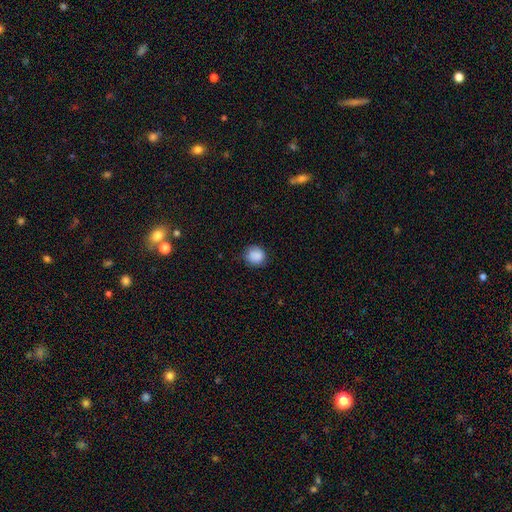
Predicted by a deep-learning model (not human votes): smooth_or_featured: smooth (p=0.89) [alt: star or artifact p=0.08]
how_rounded: round (p=0.89) [alt: in between p=0.10]
merging: none (p=0.82) [alt: minor disturbance p=0.14]